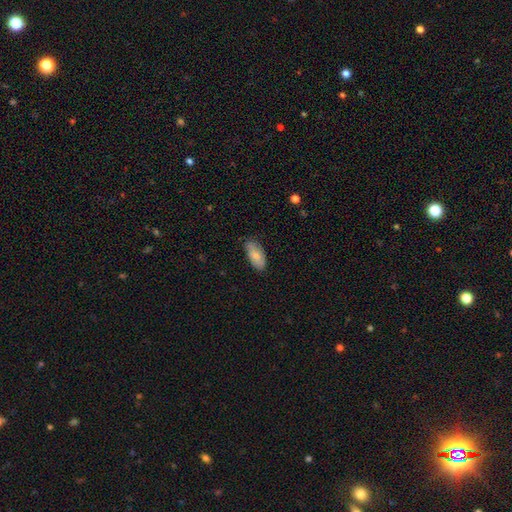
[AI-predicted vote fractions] This appears to be a smooth galaxy with no disk features (77%) that is in between round and cigar-shaped (89%). Merging: none (71%).